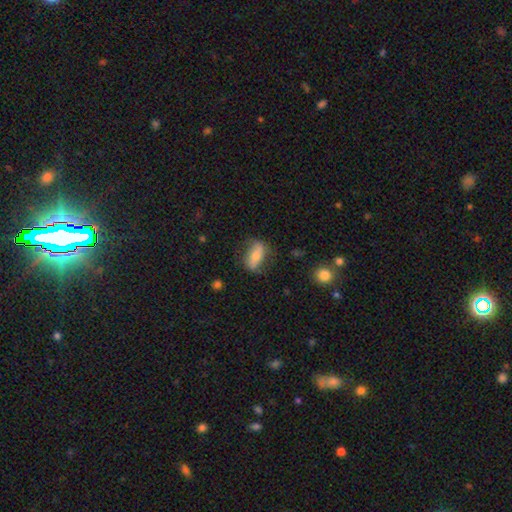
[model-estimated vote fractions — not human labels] smooth 52%, featured or disk 41%, star or artifact 7%. Down the decision tree: how rounded — in between (77%); merging — none (72%).